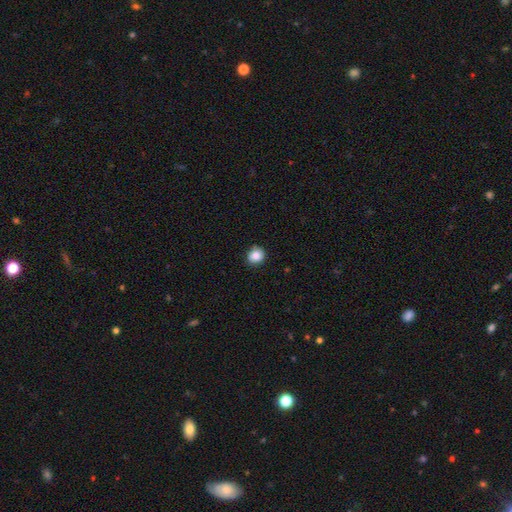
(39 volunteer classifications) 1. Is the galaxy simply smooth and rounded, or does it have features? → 79% smooth, 10% featured or disk, 10% star or artifact.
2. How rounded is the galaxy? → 84% round, 16% in between, 0% cigar-shaped.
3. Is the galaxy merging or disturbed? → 86% none, 11% minor disturbance, 3% merger, 0% major disturbance.